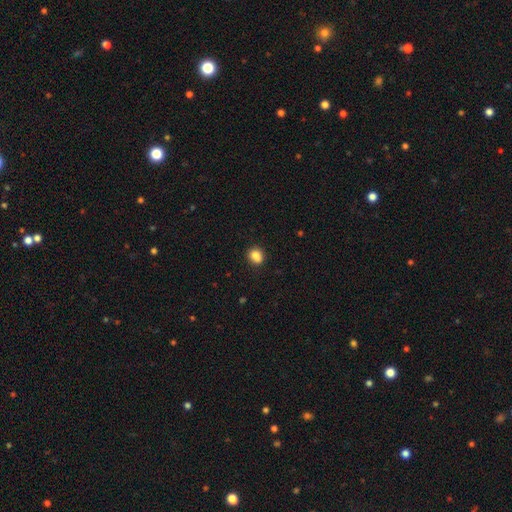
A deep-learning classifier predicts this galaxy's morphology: Overall: smooth (84%). How rounded: round (67%; in between 32%). Merging: none (83%).